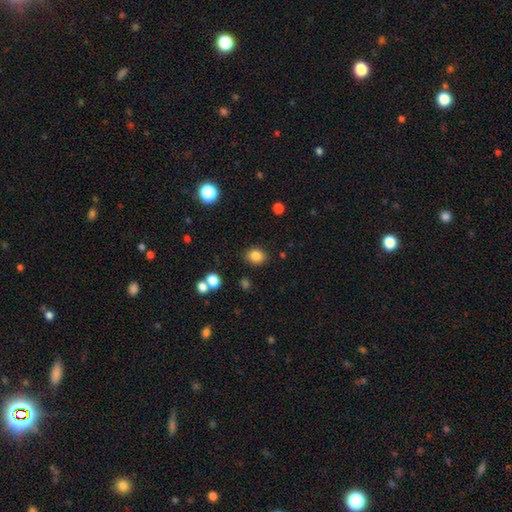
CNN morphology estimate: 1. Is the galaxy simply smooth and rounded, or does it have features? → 83% smooth, 11% star or artifact, 5% featured or disk.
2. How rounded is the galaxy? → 61% round, 38% in between, 1% cigar-shaped.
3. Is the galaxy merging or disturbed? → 86% none, 9% minor disturbance, 3% major disturbance, 3% merger.